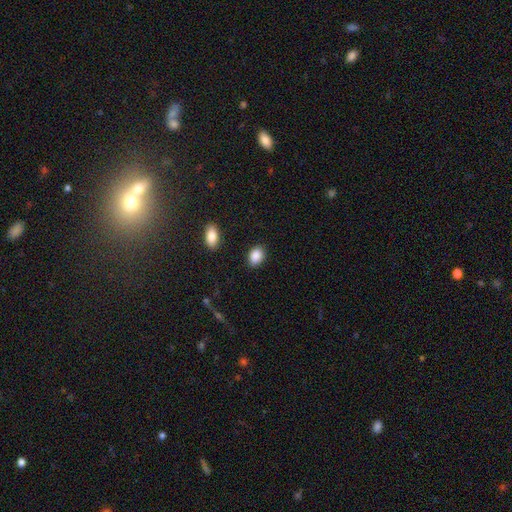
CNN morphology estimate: Q: Smooth or featured?
A: smooth (89%); runner-up: star or artifact (7%)
Q: How rounded?
A: in between (77%); runner-up: round (21%)
Q: Merging?
A: none (85%); runner-up: minor disturbance (10%)